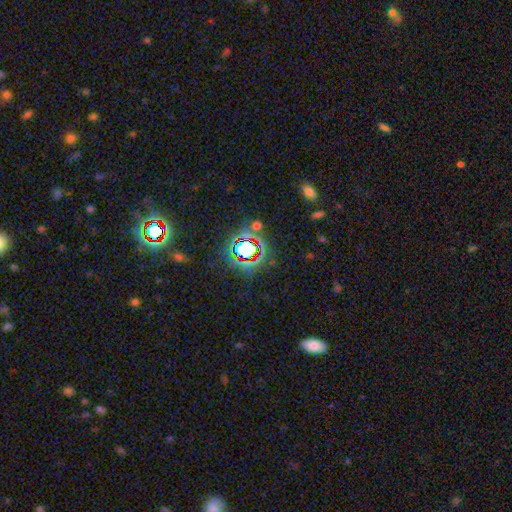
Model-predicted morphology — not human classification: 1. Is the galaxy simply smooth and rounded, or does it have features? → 78% star or artifact, 13% smooth, 9% featured or disk.